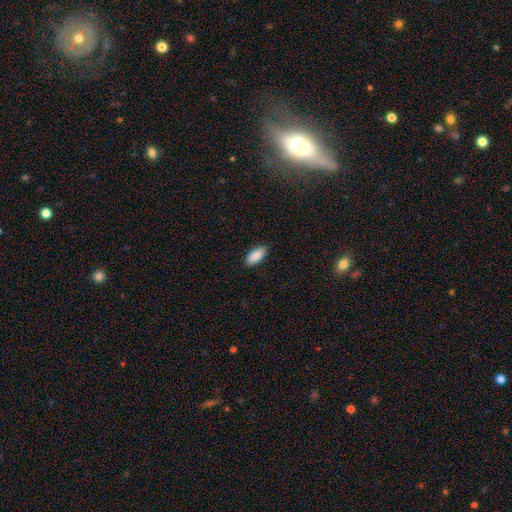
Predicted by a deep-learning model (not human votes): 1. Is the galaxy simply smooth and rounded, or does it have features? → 90% smooth, 6% star or artifact, 4% featured or disk.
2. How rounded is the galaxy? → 86% in between, 12% cigar-shaped, 2% round.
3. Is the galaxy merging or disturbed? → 88% none, 9% minor disturbance, 2% major disturbance, 1% merger.